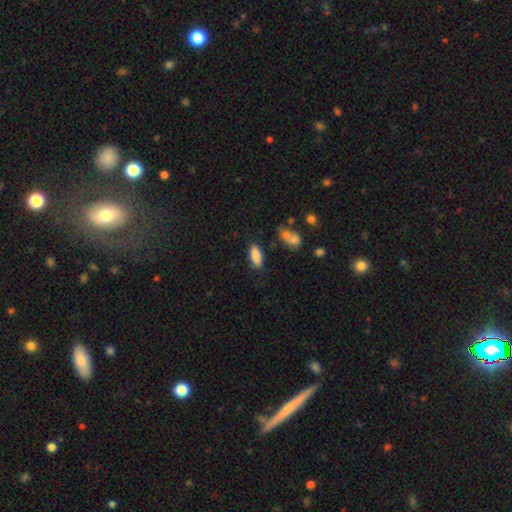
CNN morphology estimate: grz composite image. It shows a smooth galaxy with no disk features (87%) that is in between round and cigar-shaped (81%). Merging: none (81%).